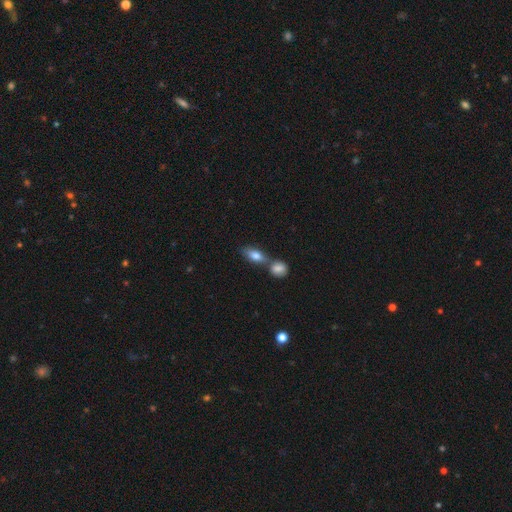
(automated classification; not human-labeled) Smooth or featured? Predicted: smooth (p=0.78). How rounded? Predicted: in between (p=0.77). Merging? Predicted: merger (p=0.44).